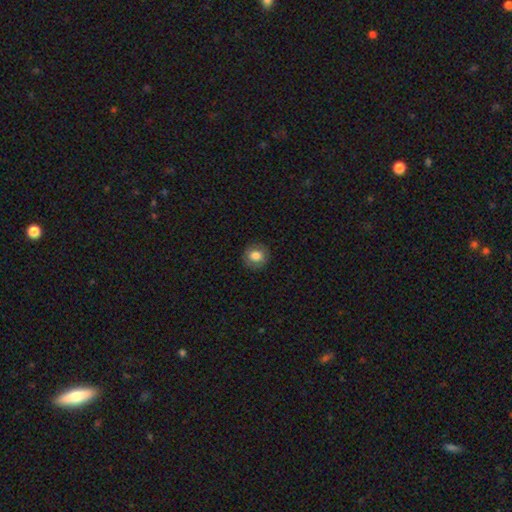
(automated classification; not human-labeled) smooth_or_featured: smooth (p=0.79) [alt: featured or disk p=0.11]
how_rounded: round (p=0.87) [alt: in between p=0.12]
merging: none (p=0.88) [alt: minor disturbance p=0.08]